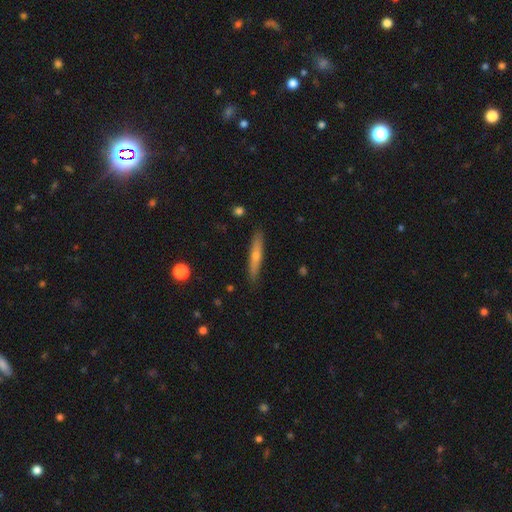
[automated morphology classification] Smooth or featured?
  - featured or disk: 47% *
  - smooth: 46%
  - star or artifact: 7%
Merging?
  - none: 88% *
  - minor disturbance: 9%
  - major disturbance: 2%
  - merger: 1%